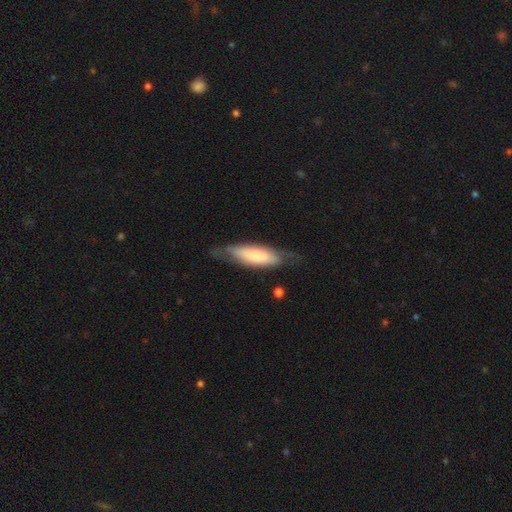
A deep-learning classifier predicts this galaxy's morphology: Smooth or featured: smooth — 62% (featured or disk — 32%)
How rounded: cigar-shaped — 49% (tied with in between — 49%)
Merging: none — 65% (minor disturbance — 24%)